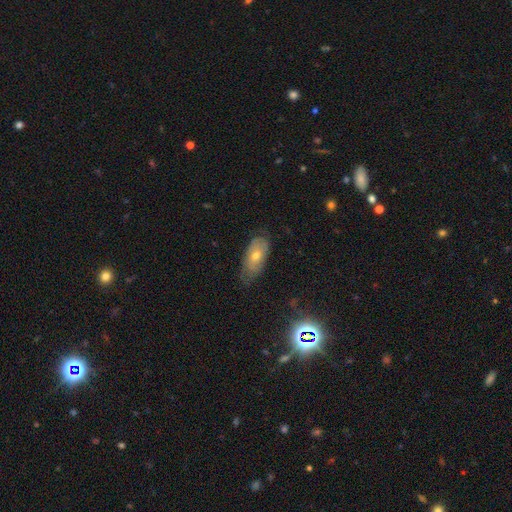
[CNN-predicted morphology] smooth-or-featured: smooth: 45% | featured or disk: 42% | star or artifact: 12%
  merging: none: 64% | minor disturbance: 28% | major disturbance: 7% | merger: 1%